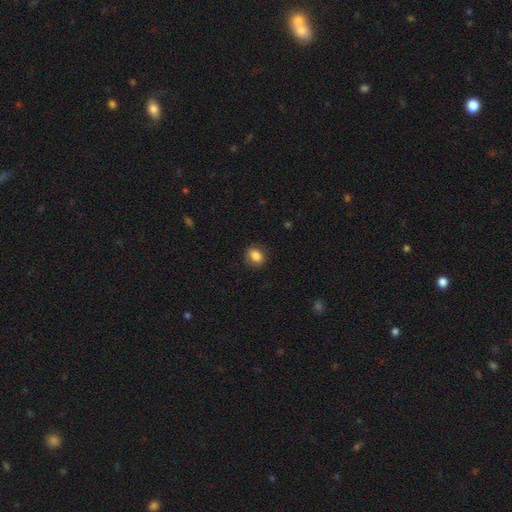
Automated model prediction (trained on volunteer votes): Q: Smooth or featured?
A: smooth (85%); runner-up: star or artifact (9%)
Q: How rounded?
A: in between (54%); runner-up: round (44%)
Q: Merging?
A: none (83%); runner-up: minor disturbance (13%)